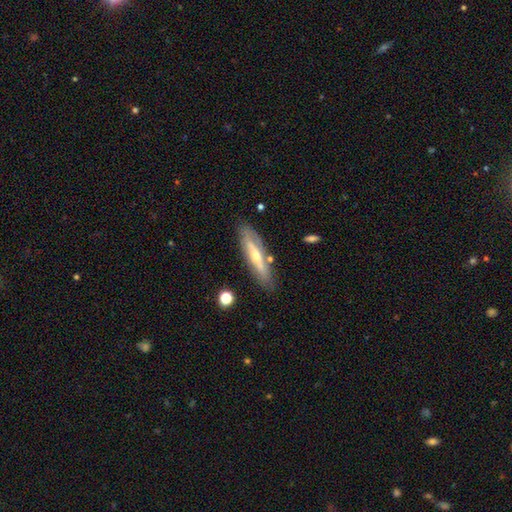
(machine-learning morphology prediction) smooth-or-featured: featured or disk: 64% | smooth: 30% | star or artifact: 6%
  disk-edge-on: yes: 67% | no: 33%
  merging: none: 80% | minor disturbance: 13% | merger: 3% | major disturbance: 3%